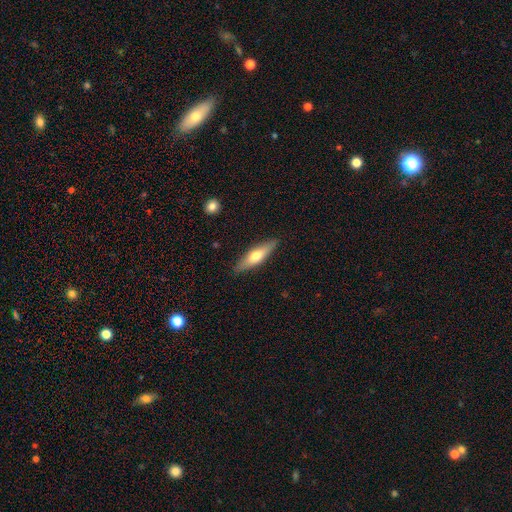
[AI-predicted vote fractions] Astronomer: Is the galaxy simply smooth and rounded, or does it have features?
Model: smooth — 56% (runner-up: featured or disk, 39%).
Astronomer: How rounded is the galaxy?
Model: cigar-shaped — 65%.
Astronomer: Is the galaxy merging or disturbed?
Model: none — 88%.